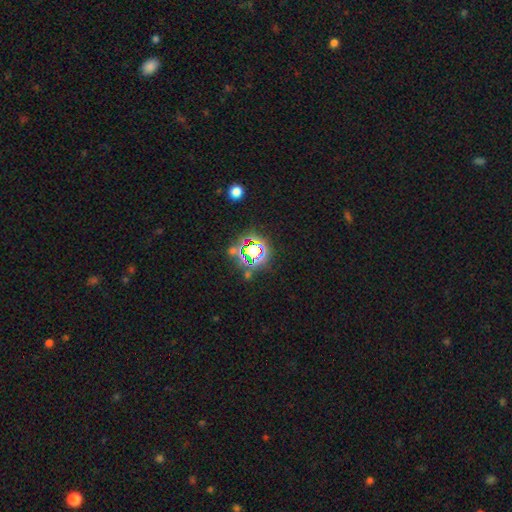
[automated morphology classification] type=star or artifact (76%).